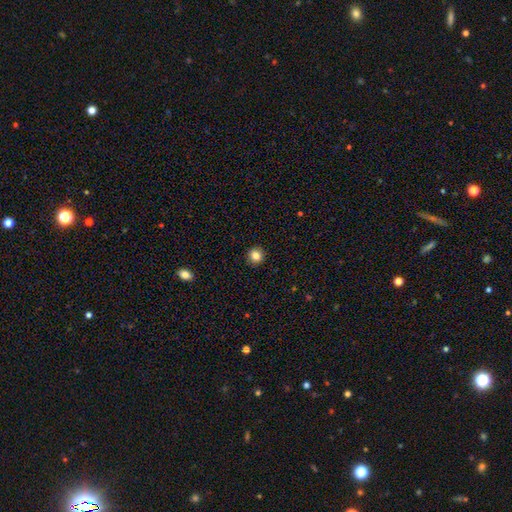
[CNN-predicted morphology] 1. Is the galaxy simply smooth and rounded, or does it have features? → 84% smooth, 10% star or artifact, 6% featured or disk.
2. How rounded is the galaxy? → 92% round, 7% in between, 1% cigar-shaped.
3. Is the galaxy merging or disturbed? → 93% none, 5% minor disturbance, 2% major disturbance, 1% merger.